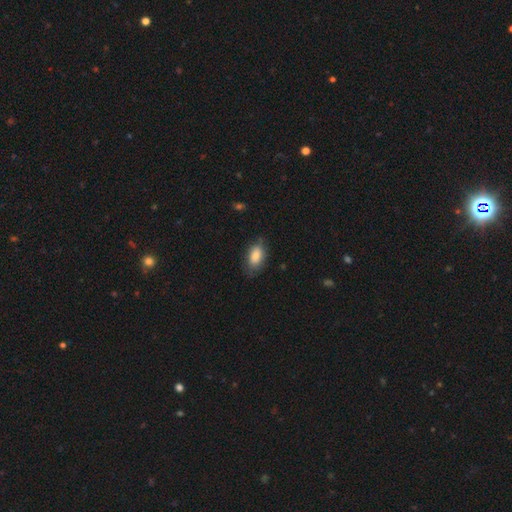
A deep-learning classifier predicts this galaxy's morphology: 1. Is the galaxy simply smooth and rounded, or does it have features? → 85% smooth, 8% featured or disk, 7% star or artifact.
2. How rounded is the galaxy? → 91% in between, 6% round, 3% cigar-shaped.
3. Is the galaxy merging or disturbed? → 71% none, 23% minor disturbance, 5% major disturbance, 1% merger.